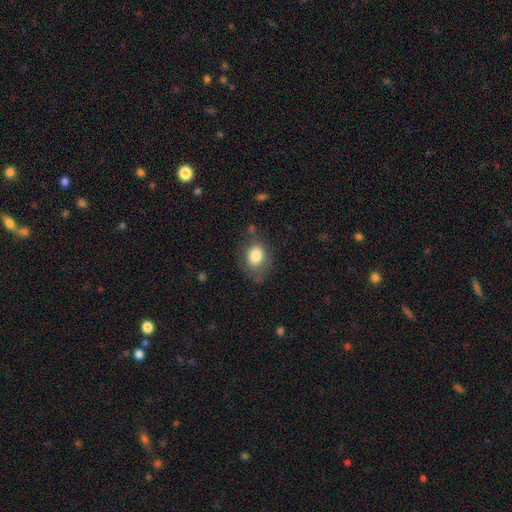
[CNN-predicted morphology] This is clearly a smooth galaxy (81%). How rounded: likely in between (61%). Merging: likely none (63%).